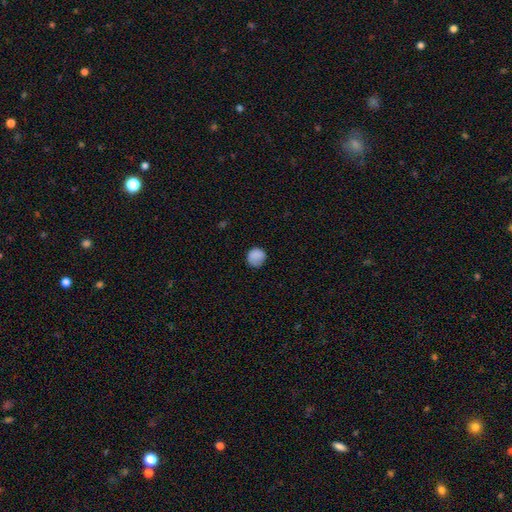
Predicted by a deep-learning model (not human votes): A smooth galaxy with no disk features (86%) that is round (88%). Merging: none (78%).